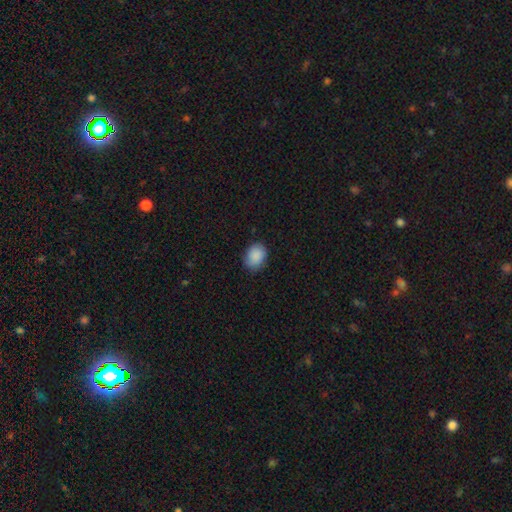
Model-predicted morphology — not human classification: Smooth or featured? Predicted: smooth (p=0.89). How rounded? Predicted: in between (p=0.61). Merging? Predicted: none (p=0.81).